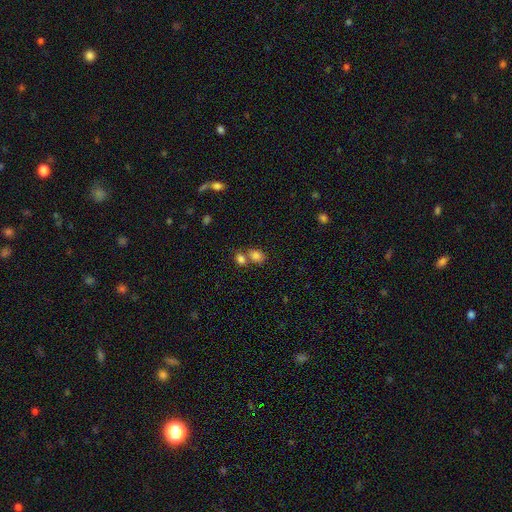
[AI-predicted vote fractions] This is clearly a smooth galaxy (81%). How rounded: possibly in between (54%). Merging: marginally merger (44%, tied with none).